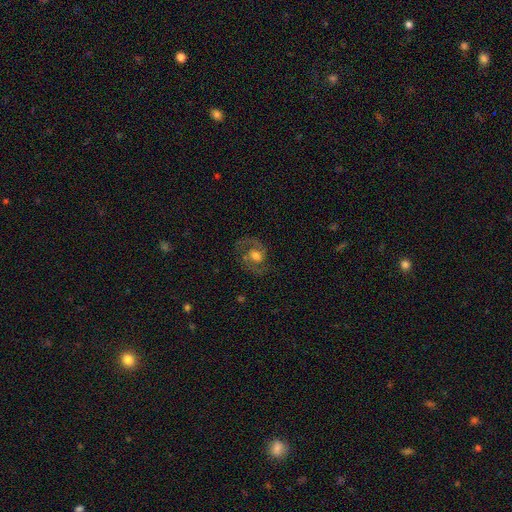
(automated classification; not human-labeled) Smooth or featured?
  - featured or disk: 76% *
  - smooth: 16%
  - star or artifact: 8%
Edge-on disk?
  - no: 97% *
  - yes: 3%
Bar?
  - no: 47% *
  - weak: 42%
  - strong: 11%
Spiral arms?
  - yes: 91% *
  - no: 9%
Spiral winding?
  - medium: 57% *
  - loose: 22%
  - tight: 21%
Spiral arm count?
  - 2: 89% *
  - can't tell: 5%
  - 1: 3%
  - 3: 1%
  - 4: 1%
  - more than 4: 1%
Bulge size?
  - moderate: 61% *
  - large: 21%
  - small: 14%
  - none: 3%
  - dominant: 2%
Merging?
  - none: 73% *
  - minor disturbance: 15%
  - major disturbance: 10%
  - merger: 2%